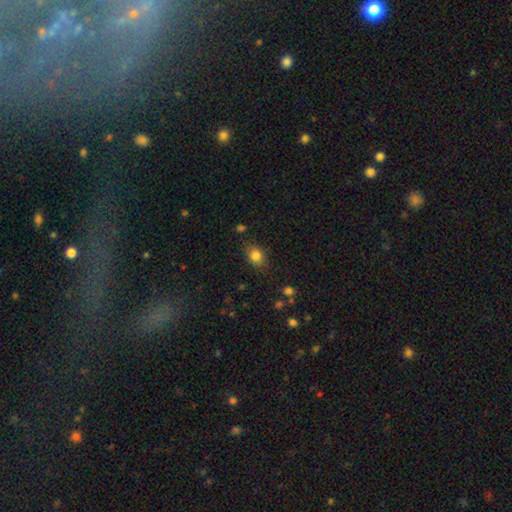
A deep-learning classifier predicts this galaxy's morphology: This is clearly a smooth galaxy (83%). How rounded: possibly in between (58%). Merging: likely none (79%).